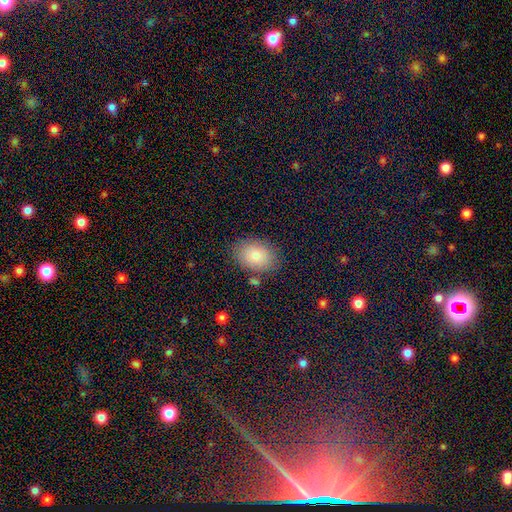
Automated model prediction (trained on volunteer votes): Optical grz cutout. It shows a smooth galaxy with no disk features (82%) that is in between round and cigar-shaped (77%). Merging: none (80%).